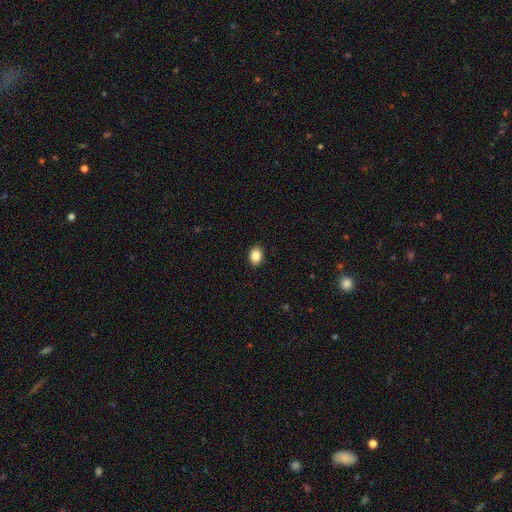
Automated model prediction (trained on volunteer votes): Overall: smooth (85%). How rounded: in between (73%). Merging: none (90%).